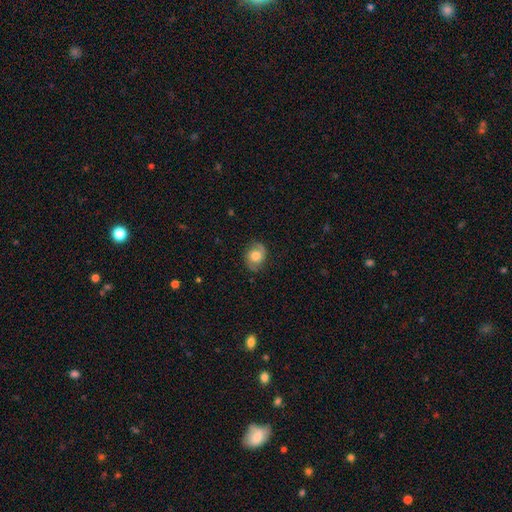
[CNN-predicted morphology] smooth-or-featured: smooth: 54% | featured or disk: 37% | star or artifact: 9%
  how-rounded: round: 56% | in between: 43% | cigar-shaped: 1%
  merging: none: 76% | minor disturbance: 18% | major disturbance: 5% | merger: 1%